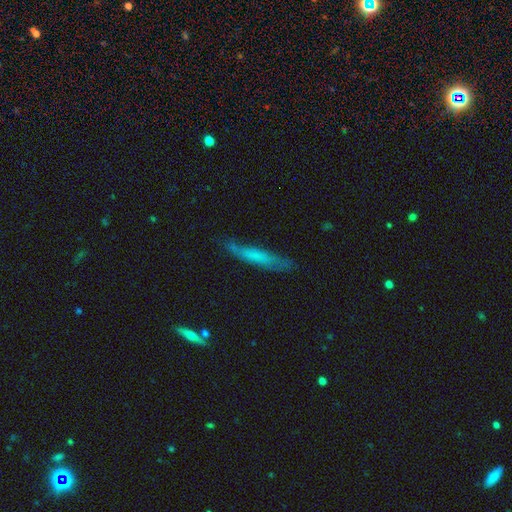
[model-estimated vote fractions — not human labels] This appears to be a smooth galaxy with no disk features (56%) that is cigar-shaped (90%). Merging: none (70%).